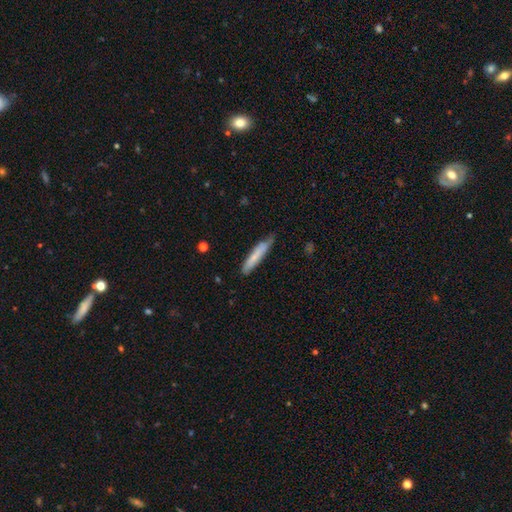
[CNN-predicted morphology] Smooth or featured? Predicted: smooth (p=0.69). How rounded? Predicted: cigar-shaped (p=0.90). Merging? Predicted: none (p=0.67).